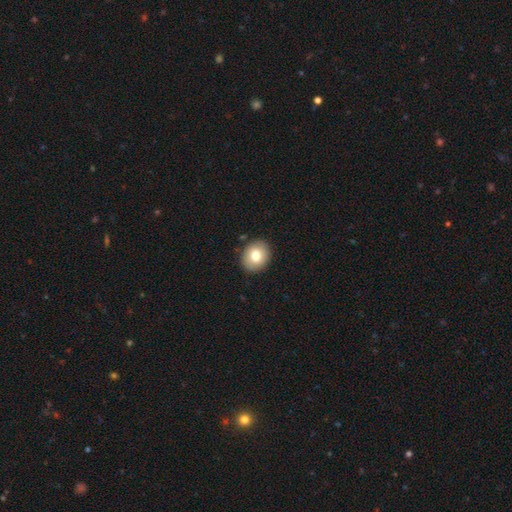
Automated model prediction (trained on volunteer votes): Smooth or featured?
  - smooth: 78% *
  - featured or disk: 14%
  - star or artifact: 8%
How rounded?
  - round: 58% *
  - in between: 41%
  - cigar-shaped: 1%
Merging?
  - none: 88% *
  - minor disturbance: 8%
  - major disturbance: 2%
  - merger: 1%